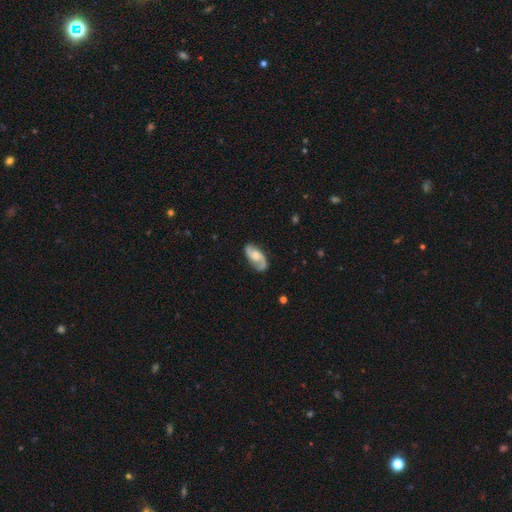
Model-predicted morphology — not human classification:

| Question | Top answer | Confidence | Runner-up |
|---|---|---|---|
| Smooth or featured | featured or disk | 80% | smooth (14%) |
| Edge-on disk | no | 96% | yes (4%) |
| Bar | no | 57% | weak (36%) |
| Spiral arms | yes | 96% | no (4%) |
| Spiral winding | medium | 46% | loose (37%) |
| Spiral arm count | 2 | 91% | can't tell (3%) |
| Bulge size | moderate | 46% | small (27%) |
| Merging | none | 81% | minor disturbance (14%) |